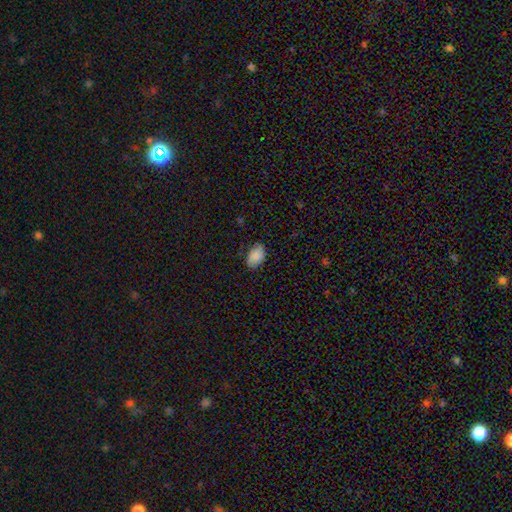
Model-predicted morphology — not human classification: smooth-or-featured: smooth: 84% | featured or disk: 9% | star or artifact: 7%
  how-rounded: in between: 91% | round: 8% | cigar-shaped: 1%
  merging: none: 78% | minor disturbance: 17% | major disturbance: 4% | merger: 1%